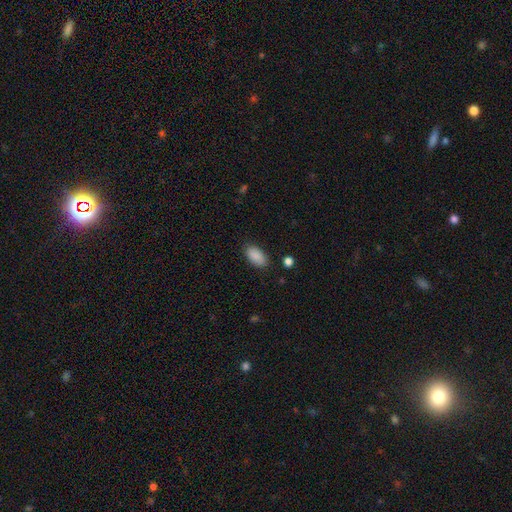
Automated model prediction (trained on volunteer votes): smooth 90%, star or artifact 7%, featured or disk 4%. Down the decision tree: how rounded — in between (94%); merging — none (86%).